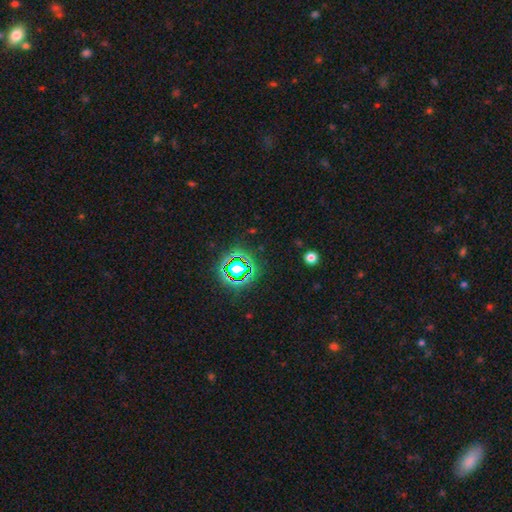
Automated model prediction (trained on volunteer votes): star or artifact 77%, smooth 16%, featured or disk 7%.